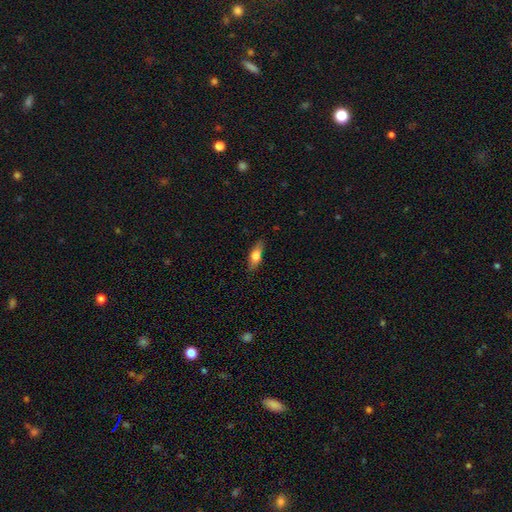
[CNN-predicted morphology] This is likely a smooth galaxy (69%). How rounded: likely in between (63%). Merging: clearly none (82%).